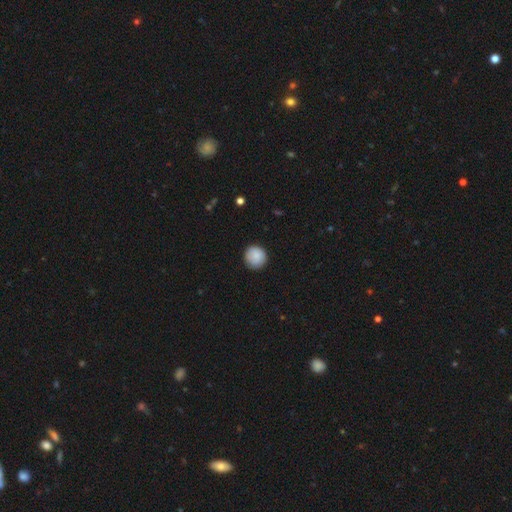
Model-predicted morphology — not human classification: Overall: smooth (87%). How rounded: round (94%). Merging: none (88%).